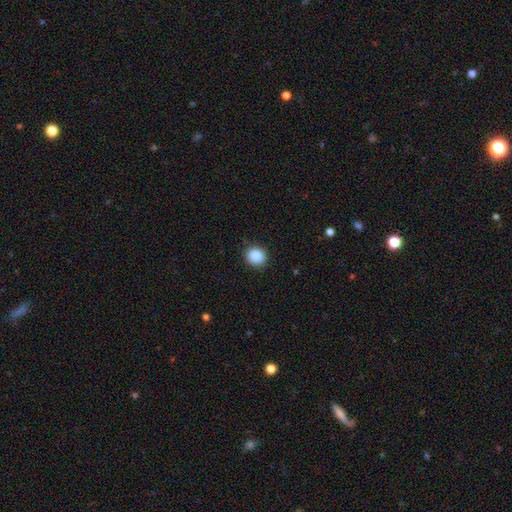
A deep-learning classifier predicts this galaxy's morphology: Smooth or featured?
  - smooth: 88% *
  - star or artifact: 9%
  - featured or disk: 3%
How rounded?
  - round: 82% *
  - in between: 17%
  - cigar-shaped: 1%
Merging?
  - none: 89% *
  - minor disturbance: 8%
  - major disturbance: 2%
  - merger: 1%